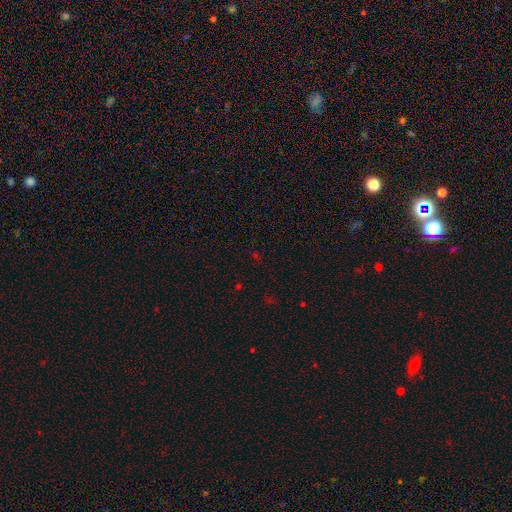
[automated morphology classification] star or artifact 64%, smooth 29%, featured or disk 8%.